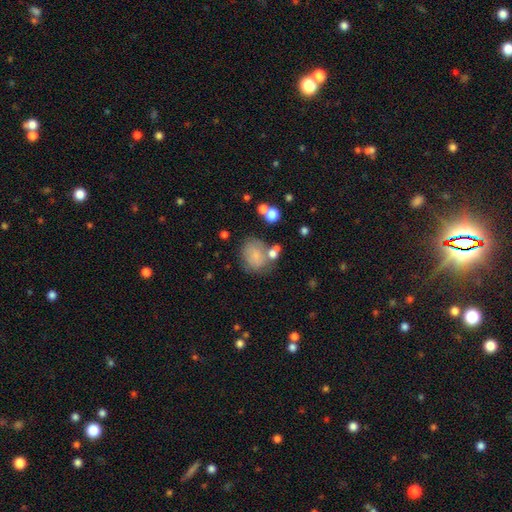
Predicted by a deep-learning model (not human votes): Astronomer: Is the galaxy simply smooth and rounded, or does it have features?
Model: smooth — 74%.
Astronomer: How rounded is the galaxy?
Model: round — 57% (runner-up: in between, 42%).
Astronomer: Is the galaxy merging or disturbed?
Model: none — 54%.